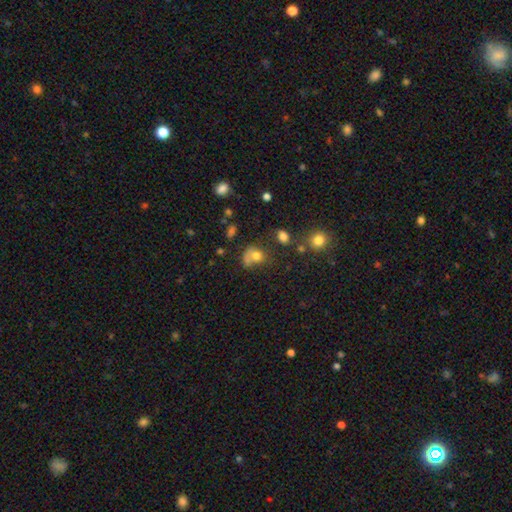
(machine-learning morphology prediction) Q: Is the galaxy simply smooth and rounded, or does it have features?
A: smooth — 72%.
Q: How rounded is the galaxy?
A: round — 53%.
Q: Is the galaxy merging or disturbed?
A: none — 34%.